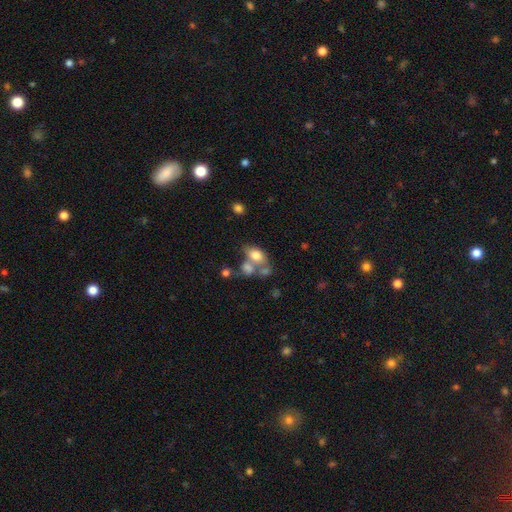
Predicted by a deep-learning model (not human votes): smooth_or_featured: smooth (p=0.71) [alt: featured or disk p=0.18]
how_rounded: in between (p=0.79) [alt: round p=0.19]
merging: merger (p=0.44) [alt: none p=0.33]